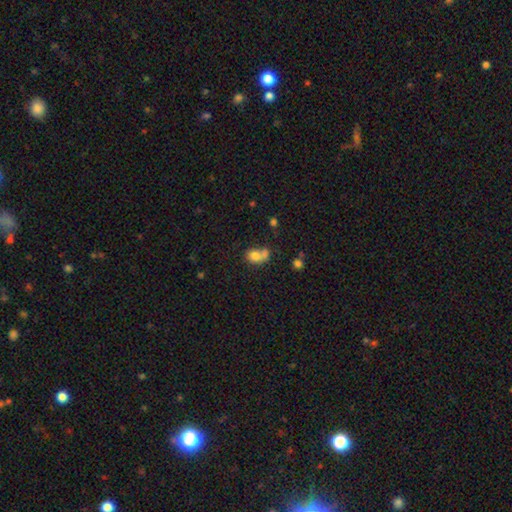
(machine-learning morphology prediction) Smooth or featured?
  - smooth: 76% *
  - featured or disk: 13%
  - star or artifact: 11%
How rounded?
  - in between: 53% *
  - round: 45%
  - cigar-shaped: 1%
Merging?
  - merger: 48% *
  - none: 31%
  - minor disturbance: 14%
  - major disturbance: 8%